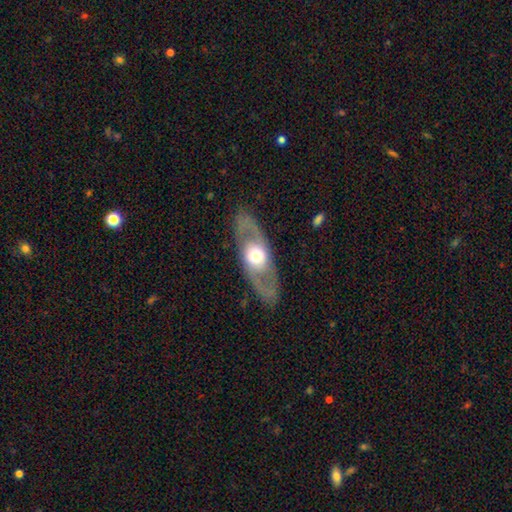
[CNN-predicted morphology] featured or disk 76%, smooth 18%, star or artifact 6%. Down the decision tree: edge-on disk — no (78%); bar — no (80%); spiral arms — yes (60%); bulge size — moderate (57%); merging — none (86%).